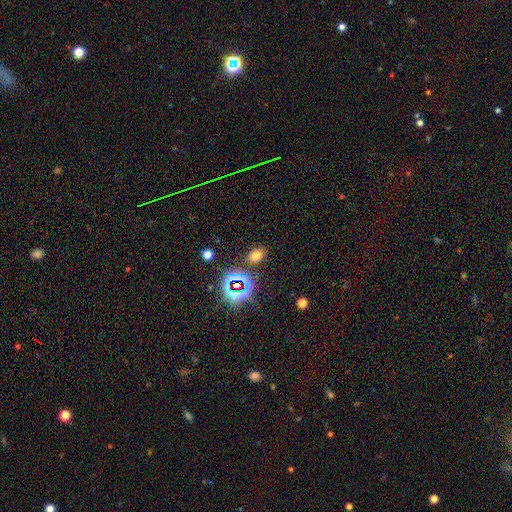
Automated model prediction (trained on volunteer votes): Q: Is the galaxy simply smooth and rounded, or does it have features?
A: smooth — 64%.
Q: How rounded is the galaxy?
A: in between — 74%.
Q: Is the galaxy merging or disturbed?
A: none — 83%.